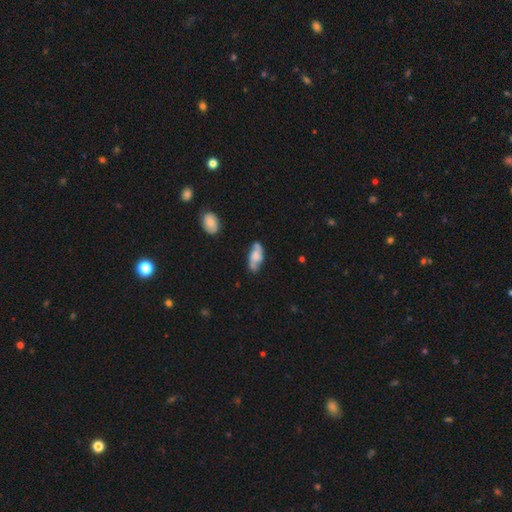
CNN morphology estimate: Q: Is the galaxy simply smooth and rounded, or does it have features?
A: featured or disk — 48%.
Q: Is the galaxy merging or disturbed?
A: none — 67%.